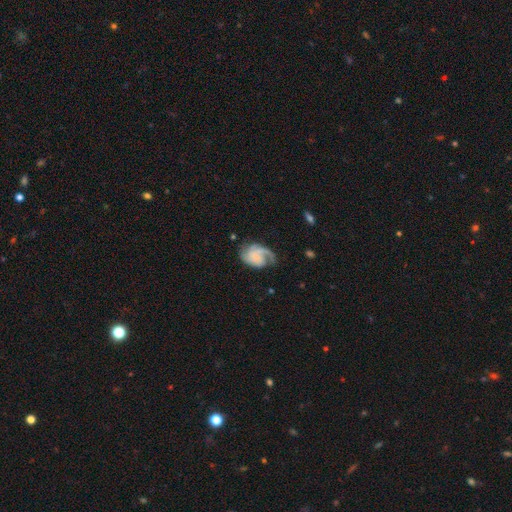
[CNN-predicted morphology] This is likely a featured or disk galaxy (76%). It is clearly not viewed edge-on (98%). Bar: likely no (66%). Spiral arm pattern: clearly yes (94%). Spiral arm count: marginally 2 (43%). Spiral winding: marginally medium (43%). Central bulge: marginally small (42%). Merging: possibly none (54%).